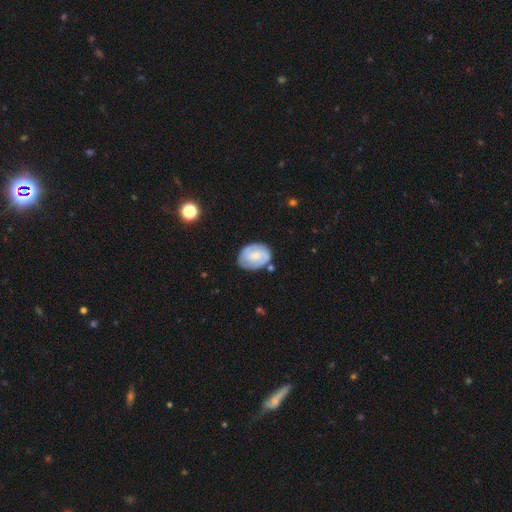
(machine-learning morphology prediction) The model was most divided on "smooth or featured": featured or disk: 56%, smooth: 38%, star or artifact: 6%. More confident: edge-on disk — no (97%); spiral arms — yes (81%); merging — none (69%); bar — no (62%); bulge size — small (60%).